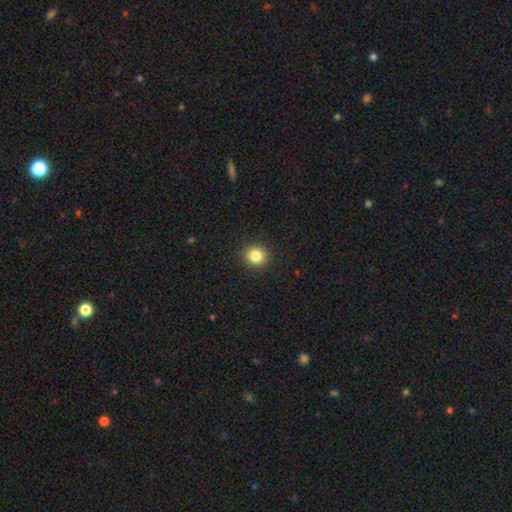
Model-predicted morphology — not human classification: A smooth galaxy with no disk features (84%) that is round (89%). Merging: none (92%).